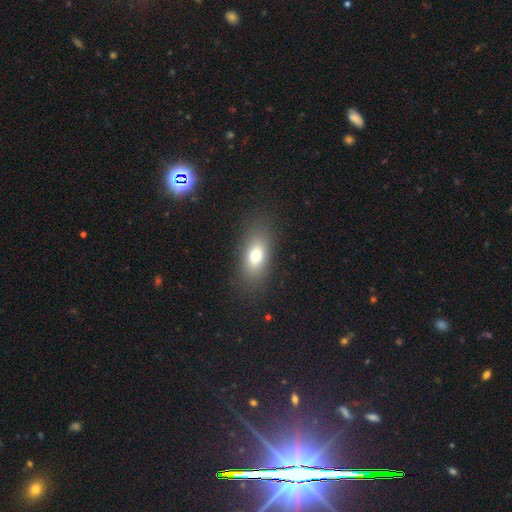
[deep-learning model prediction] Q: Smooth or featured?
A: smooth (74%); runner-up: featured or disk (15%)
Q: How rounded?
A: in between (82%); runner-up: round (9%)
Q: Merging?
A: none (83%); runner-up: minor disturbance (10%)